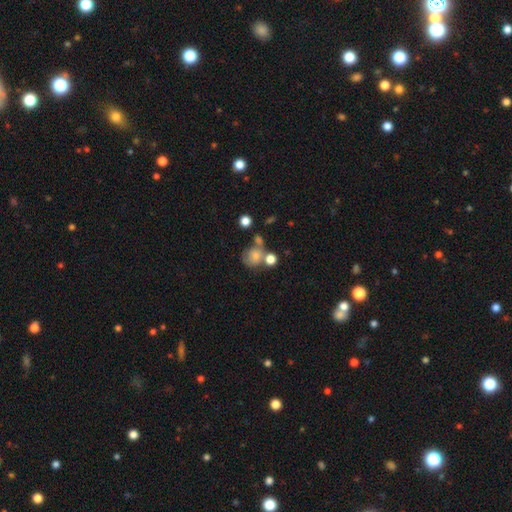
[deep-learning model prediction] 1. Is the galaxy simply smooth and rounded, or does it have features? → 66% smooth, 23% featured or disk, 12% star or artifact.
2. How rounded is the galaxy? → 76% round, 23% in between, 1% cigar-shaped.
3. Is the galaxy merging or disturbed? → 41% none, 30% merger, 18% minor disturbance, 11% major disturbance.